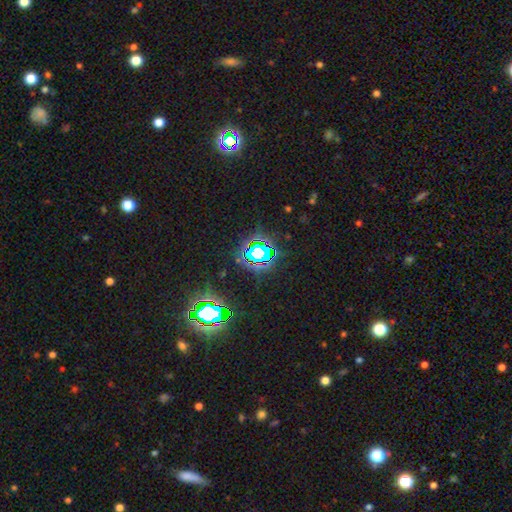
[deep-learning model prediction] A star or artifact, not a galaxy (73%).

Vote fractions:
- Smooth or featured? star or artifact: 73% / smooth: 16% / featured or disk: 11%